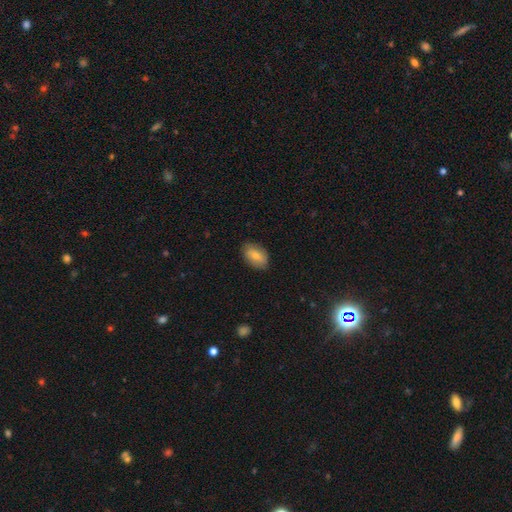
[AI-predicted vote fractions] This is likely a smooth galaxy (73%). How rounded: clearly in between (90%). Merging: clearly none (83%).